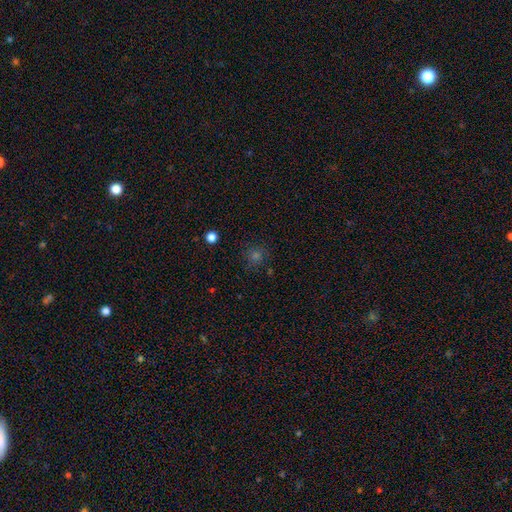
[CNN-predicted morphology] Smooth or featured: smooth — 60% (star or artifact — 31%)
How rounded: round — 92% (in between — 7%)
Merging: none — 86% (minor disturbance — 9%)